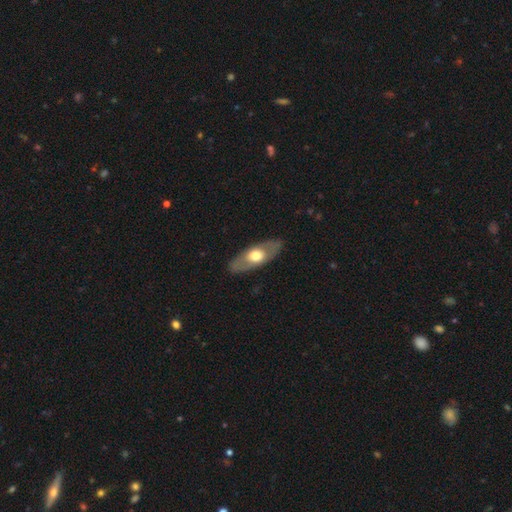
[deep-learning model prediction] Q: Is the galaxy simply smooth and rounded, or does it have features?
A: smooth — 49%.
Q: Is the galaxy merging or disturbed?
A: none — 86%.